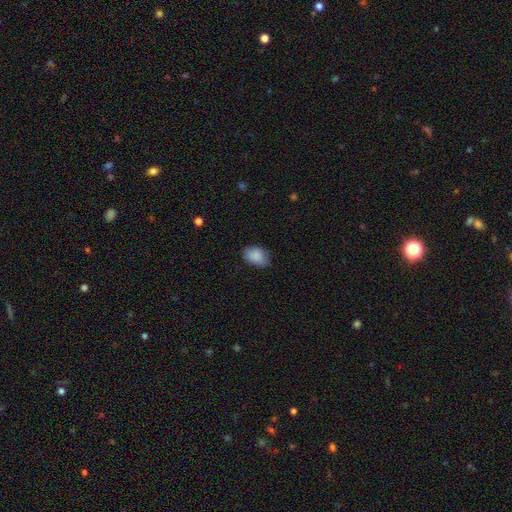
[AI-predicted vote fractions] Smooth or featured: smooth — 87% (star or artifact — 7%)
How rounded: in between — 83% (round — 15%)
Merging: none — 71% (minor disturbance — 23%)